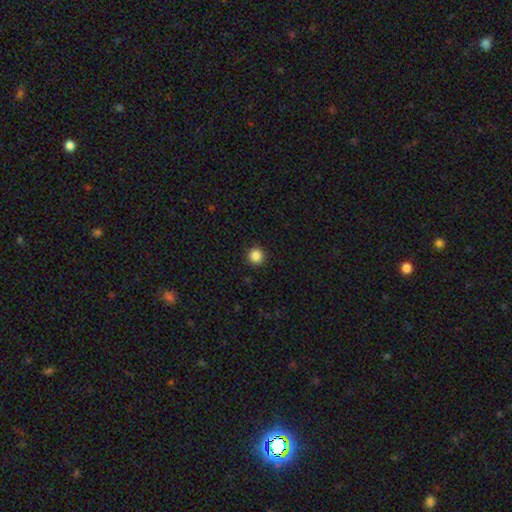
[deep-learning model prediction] Overall: smooth (86%). How rounded: round (95%). Merging: none (92%).